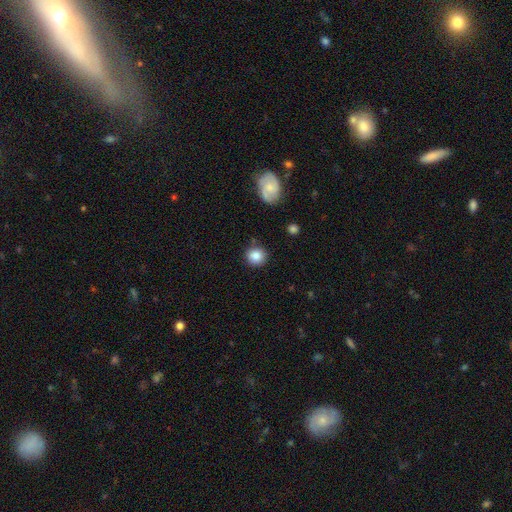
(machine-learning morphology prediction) Smooth or featured? smooth (85%)
How rounded? round (90%)
Merging? none (84%)